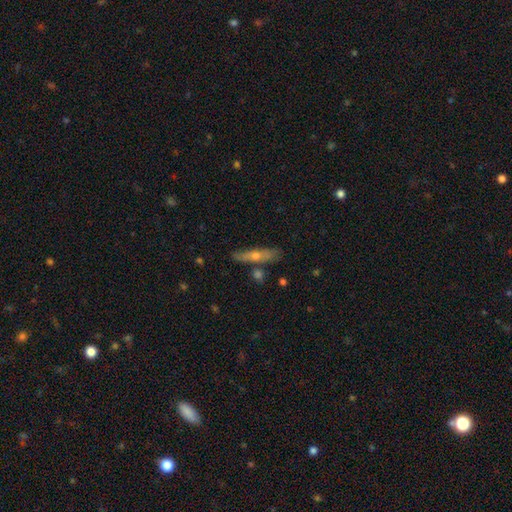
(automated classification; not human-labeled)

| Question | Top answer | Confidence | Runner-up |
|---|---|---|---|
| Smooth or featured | featured or disk | 52% | smooth (41%) |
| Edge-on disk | yes | 82% | no (18%) |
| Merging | none | 76% | minor disturbance (13%) |